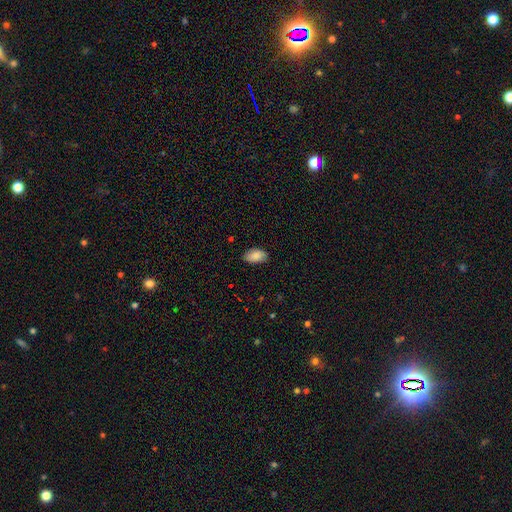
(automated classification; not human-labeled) Morphology: type=smooth (85%); roundness=in between (94%); merging=none (83%).